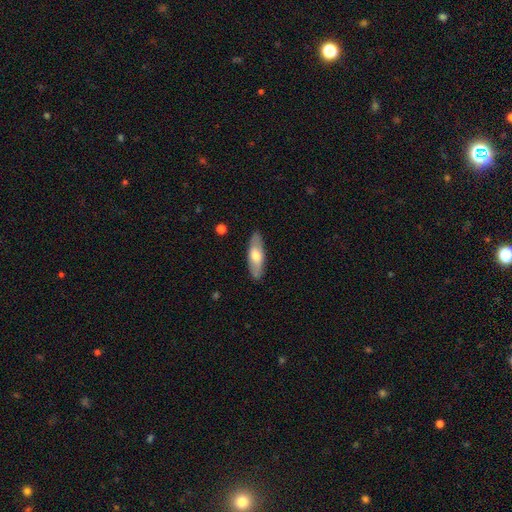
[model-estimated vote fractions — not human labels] Overall: smooth (61%; featured or disk 33%). How rounded: in between (60%; cigar-shaped 38%). Merging: none (86%).